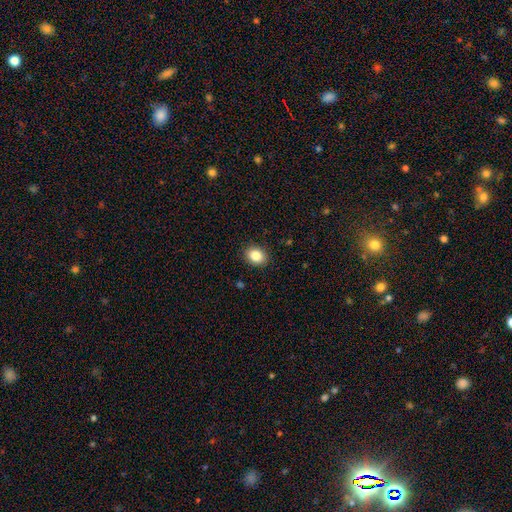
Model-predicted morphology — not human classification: Smooth or featured: smooth — 86% (star or artifact — 9%)
How rounded: in between — 58% (round — 42%)
Merging: none — 89% (minor disturbance — 8%)